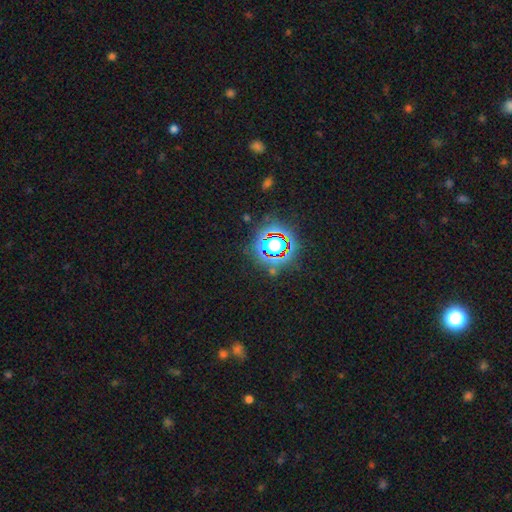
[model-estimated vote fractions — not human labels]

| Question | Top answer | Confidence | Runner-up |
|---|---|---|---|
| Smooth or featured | star or artifact | 80% | smooth (13%) |